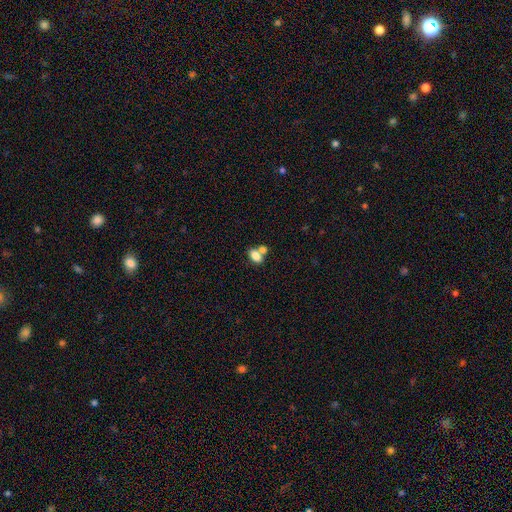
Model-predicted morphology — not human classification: This is clearly a smooth galaxy (81%). How rounded: clearly in between (85%). Merging: possibly merger (47%).